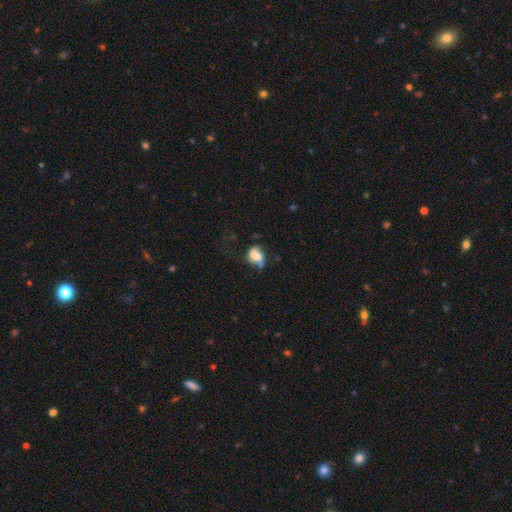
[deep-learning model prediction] Morphology: type=smooth (60%); roundness=in between (71%); merging=none (30%).